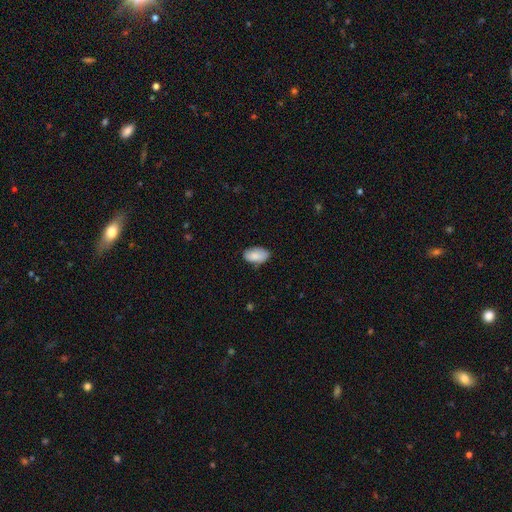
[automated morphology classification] smooth 86%, featured or disk 7%, star or artifact 7%. Down the decision tree: how rounded — in between (94%); merging — none (76%).